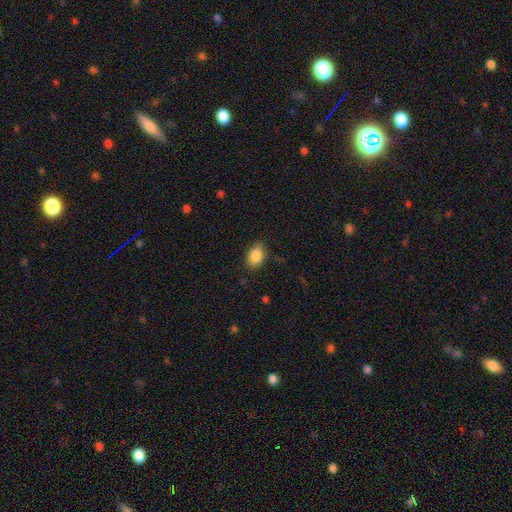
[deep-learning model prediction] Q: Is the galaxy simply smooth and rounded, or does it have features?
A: smooth — 85%.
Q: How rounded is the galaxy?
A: in between — 83%.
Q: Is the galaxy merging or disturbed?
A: none — 82%.